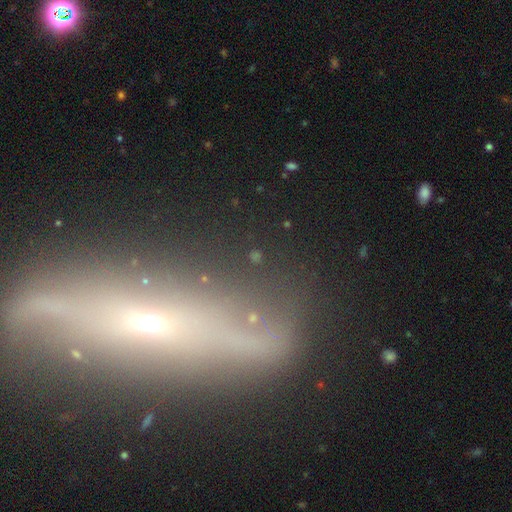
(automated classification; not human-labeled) star or artifact 45%, smooth 32%, featured or disk 23%.